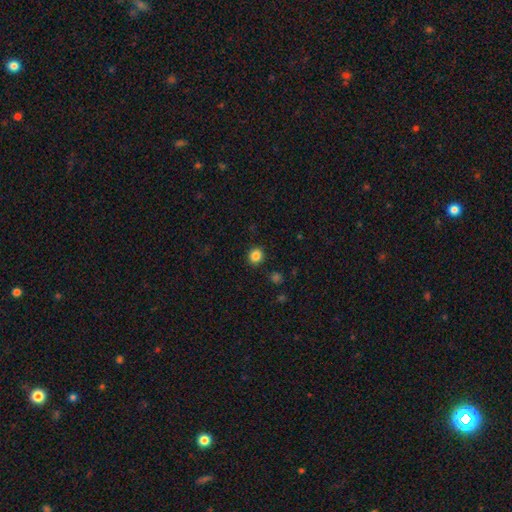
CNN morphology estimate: Overall: smooth (84%). How rounded: round (87%). Merging: none (90%).